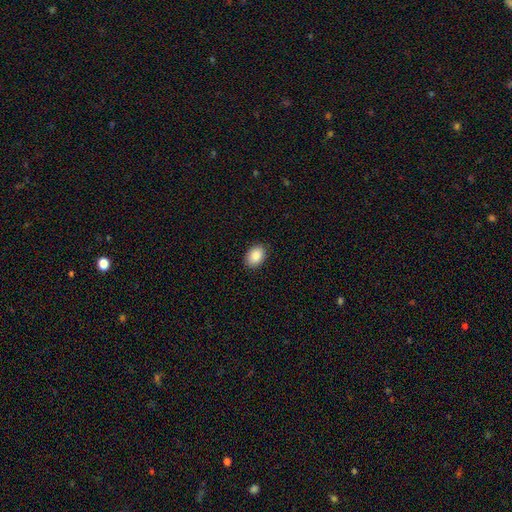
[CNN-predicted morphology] Overall: smooth (87%). How rounded: in between (79%). Merging: none (89%).